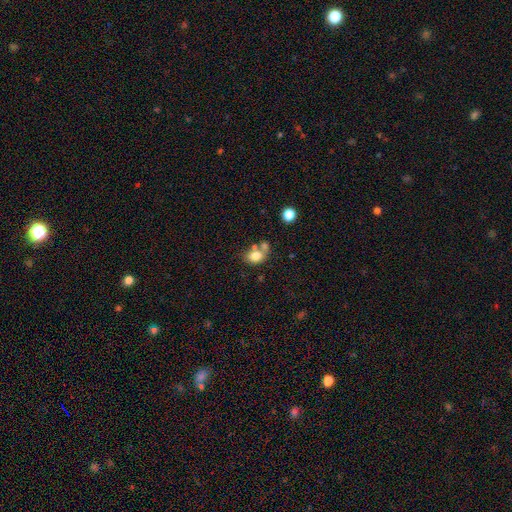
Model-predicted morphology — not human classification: A smooth galaxy with no disk features (77%) that is in between round and cigar-shaped (57%). Merging: none (41%).